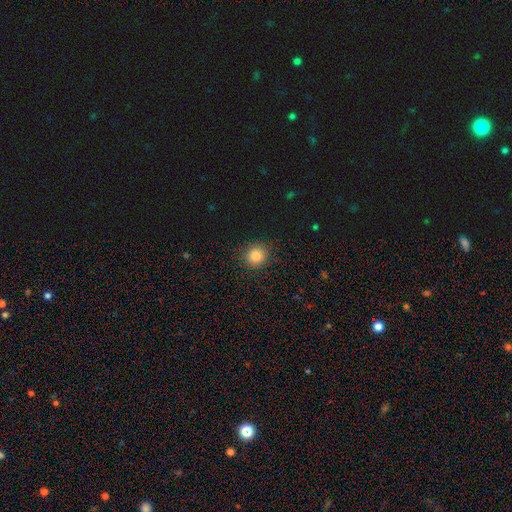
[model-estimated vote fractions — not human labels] The model was most divided on "smooth or featured": smooth: 84%, star or artifact: 11%, featured or disk: 5%. More confident: merging — none (90%); how rounded — round (89%).